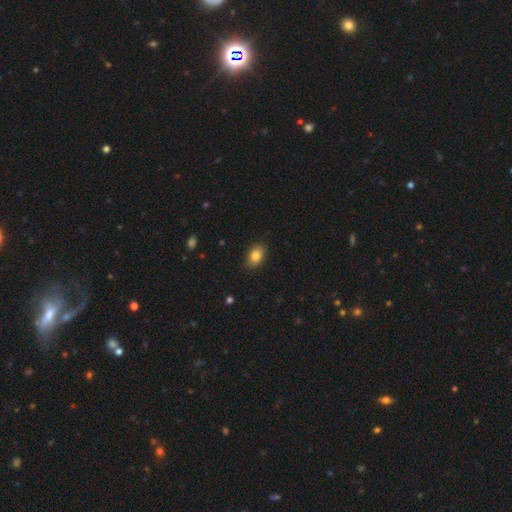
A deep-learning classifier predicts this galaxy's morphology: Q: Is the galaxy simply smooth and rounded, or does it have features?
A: smooth — 84%.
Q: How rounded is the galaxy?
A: in between — 84%.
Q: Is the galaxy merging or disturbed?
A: none — 88%.